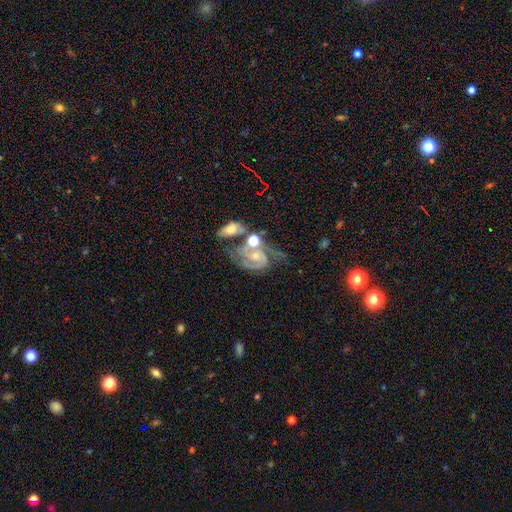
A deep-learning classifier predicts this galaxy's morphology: smooth-or-featured: featured or disk: 82% | smooth: 9% | star or artifact: 9%
  disk-edge-on: no: 97% | yes: 3%
    bar: no: 63% | weak: 29% | strong: 8%
    has-spiral-arms: yes: 94% | no: 6%
      spiral-winding: medium: 44% | tight: 42% | loose: 14%
      spiral-arm-count: 2: 65% | can't tell: 14% | 3: 10% | 1: 6% | 4: 3% | more than 4: 2%
    bulge-size: small: 50% | moderate: 42% | none: 4% | large: 3% | dominant: 1%
  merging: none: 35% | merger: 30% | minor disturbance: 18% | major disturbance: 17%